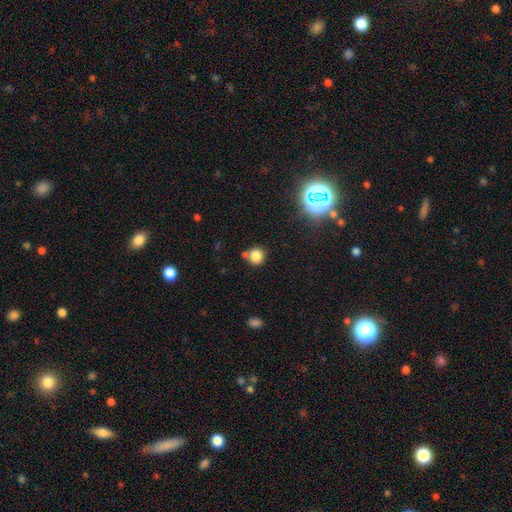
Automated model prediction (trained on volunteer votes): The model was most divided on "merging": none: 67%, merger: 15%, minor disturbance: 14%, major disturbance: 4%. More confident: how rounded — round (86%); smooth or featured — smooth (79%).